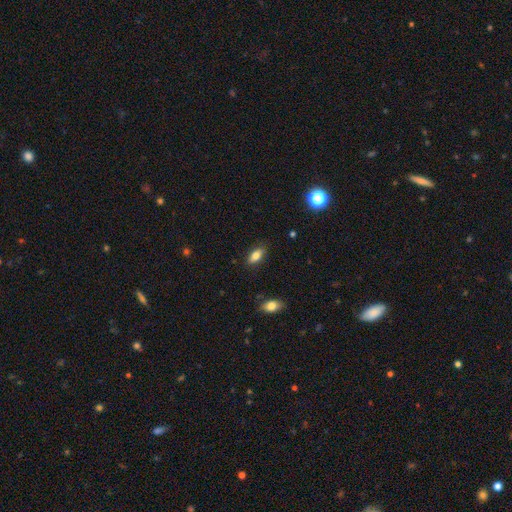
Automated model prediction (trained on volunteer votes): smooth-or-featured: smooth: 79% | featured or disk: 12% | star or artifact: 8%
  how-rounded: in between: 85% | cigar-shaped: 11% | round: 4%
  merging: none: 85% | minor disturbance: 11% | major disturbance: 2% | merger: 1%